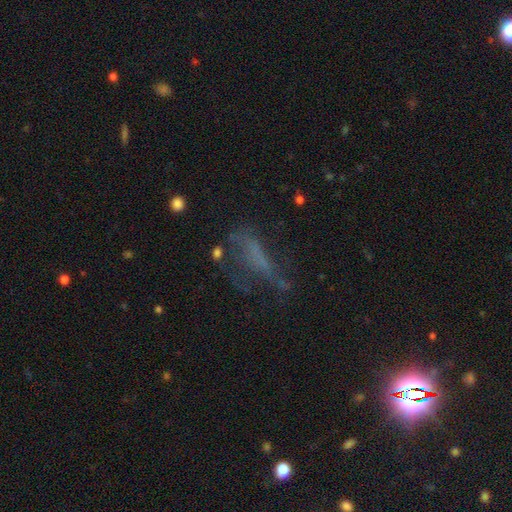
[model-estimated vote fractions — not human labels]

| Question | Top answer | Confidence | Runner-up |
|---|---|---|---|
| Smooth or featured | featured or disk | 38% | smooth (36%) |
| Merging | none | 39% | major disturbance (35%) |